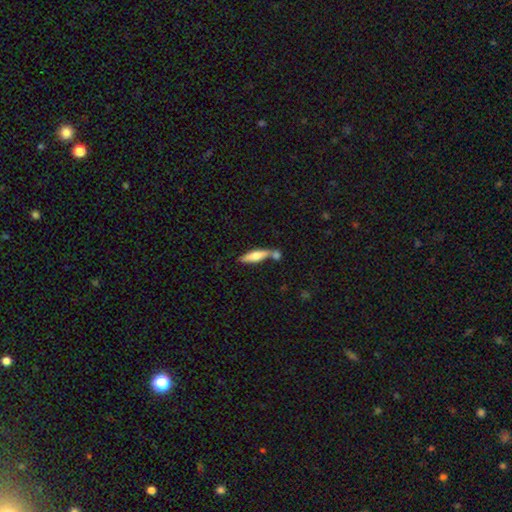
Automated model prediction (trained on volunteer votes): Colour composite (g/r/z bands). It shows a smooth galaxy with no disk features (59%) that is cigar-shaped (74%). Merging: none (53%).